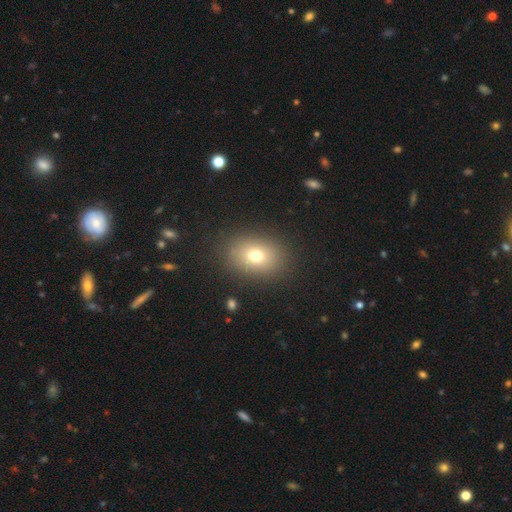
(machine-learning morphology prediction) This appears to be a smooth galaxy with no disk features (73%) that is in between round and cigar-shaped (62%). Merging: none (86%).